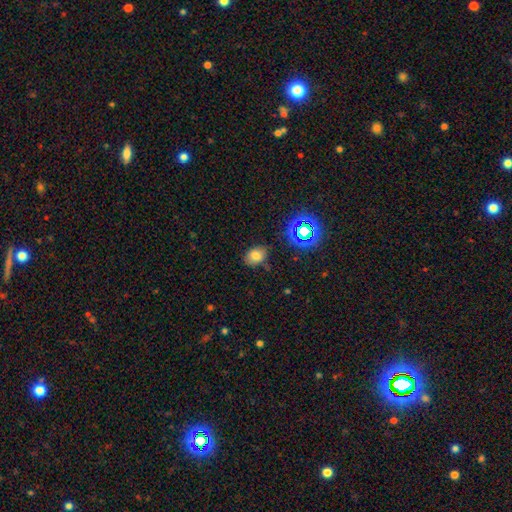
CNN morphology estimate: Smooth or featured? smooth (72%)
How rounded? in between (67%)
Merging? none (77%)